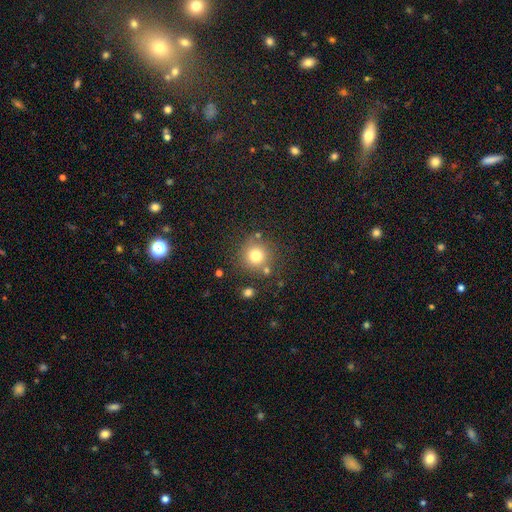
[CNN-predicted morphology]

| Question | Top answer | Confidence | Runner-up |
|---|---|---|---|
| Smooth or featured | smooth | 77% | star or artifact (13%) |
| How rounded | round | 93% | in between (6%) |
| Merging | none | 76% | minor disturbance (11%) |